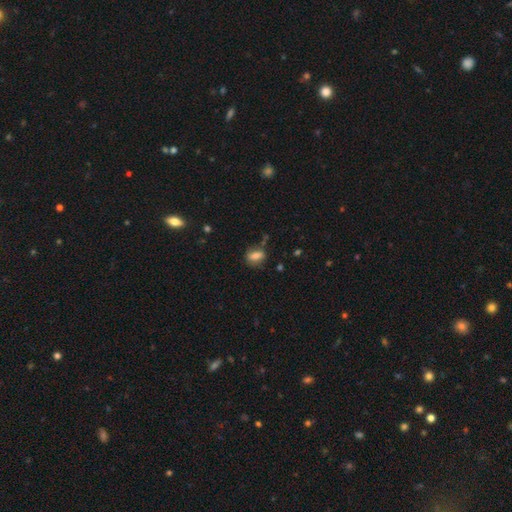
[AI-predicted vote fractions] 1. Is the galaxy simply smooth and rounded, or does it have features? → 77% smooth, 13% featured or disk, 10% star or artifact.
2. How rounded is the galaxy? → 73% in between, 18% round, 8% cigar-shaped.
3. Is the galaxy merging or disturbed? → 69% none, 20% minor disturbance, 6% major disturbance, 4% merger.